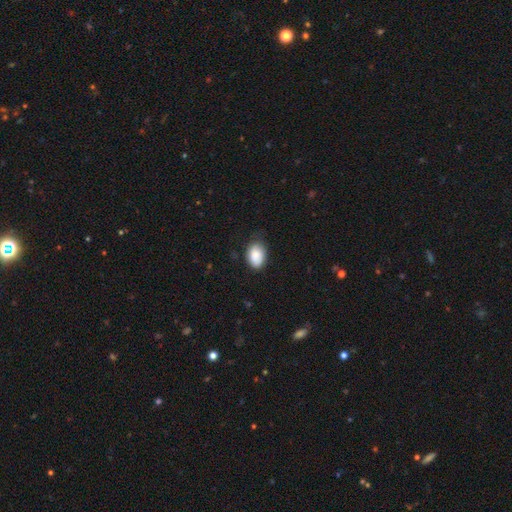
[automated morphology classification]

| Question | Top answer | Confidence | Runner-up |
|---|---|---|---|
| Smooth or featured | smooth | 84% | featured or disk (9%) |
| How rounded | in between | 86% | round (13%) |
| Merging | none | 68% | minor disturbance (26%) |